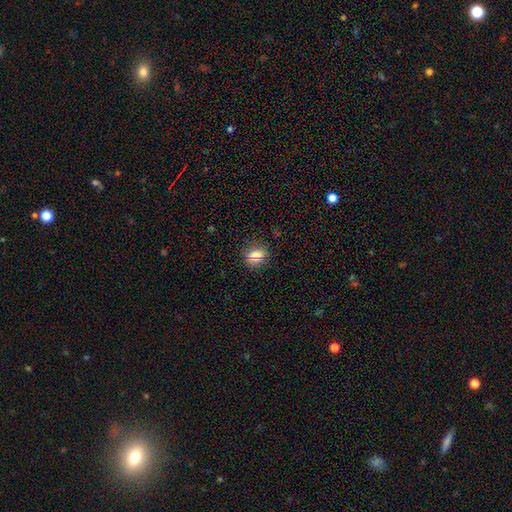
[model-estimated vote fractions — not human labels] Smooth or featured? Predicted: smooth (p=0.77). How rounded? Predicted: round (p=0.55). Merging? Predicted: none (p=0.84).